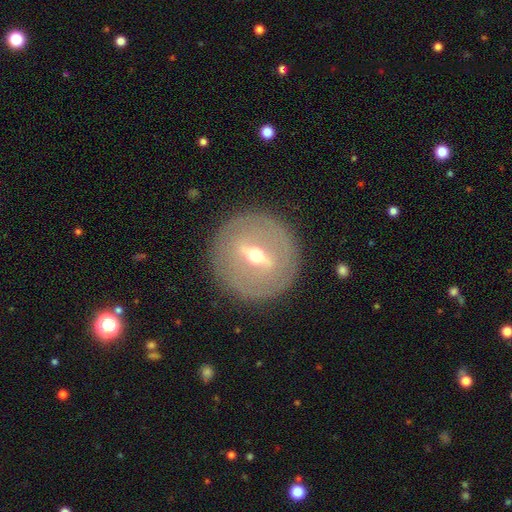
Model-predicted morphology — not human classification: Overall: featured or disk (77%). Edge-on disk: no (69%; yes 31%). Bar: strong (63%; weak 28%). Spiral arms: no (72%). Bulge size: moderate (61%; small 34%). Merging: none (87%).